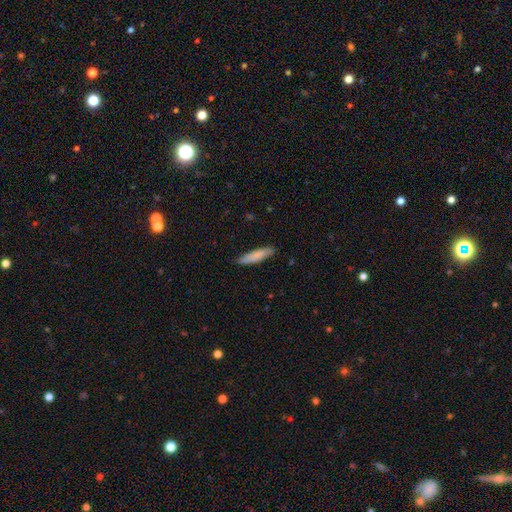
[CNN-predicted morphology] The model was most divided on "how rounded": cigar-shaped: 80%, in between: 19%, round: 1%. More confident: merging — none (84%); smooth or featured — smooth (81%).